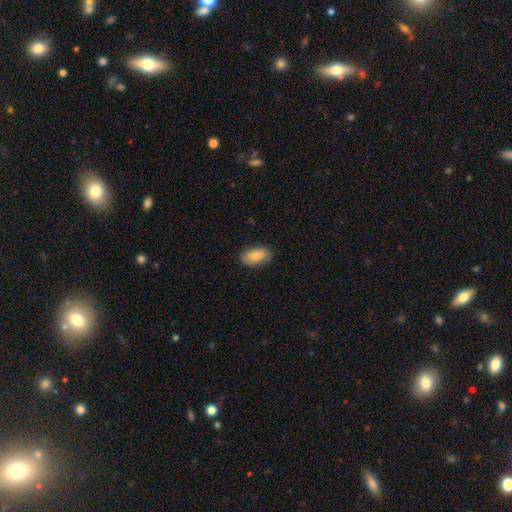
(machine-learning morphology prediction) Smooth or featured? Predicted: smooth (p=0.84). How rounded? Predicted: in between (p=0.93). Merging? Predicted: none (p=0.83).